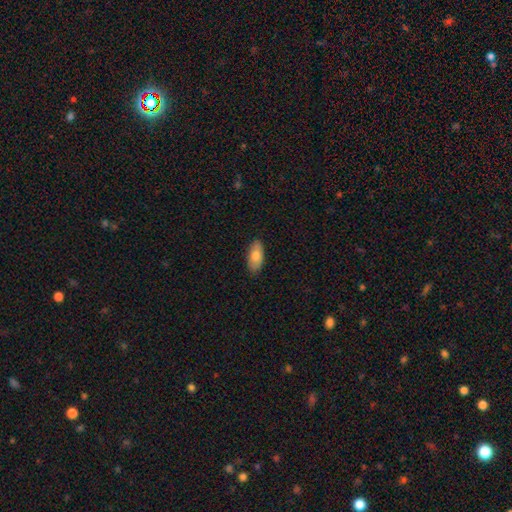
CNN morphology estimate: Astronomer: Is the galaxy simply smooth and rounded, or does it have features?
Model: smooth — 78%.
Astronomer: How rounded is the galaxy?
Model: in between — 90%.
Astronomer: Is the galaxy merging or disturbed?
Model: none — 87%.